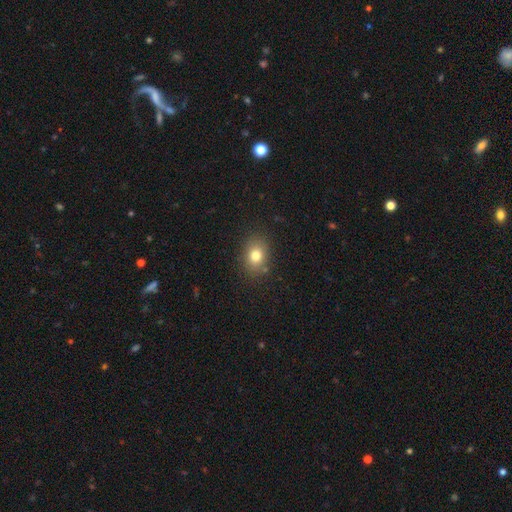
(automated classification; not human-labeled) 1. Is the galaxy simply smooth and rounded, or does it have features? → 79% smooth, 11% star or artifact, 10% featured or disk.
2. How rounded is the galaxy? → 61% in between, 38% round, 1% cigar-shaped.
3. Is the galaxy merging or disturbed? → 84% none, 11% minor disturbance, 3% major disturbance, 2% merger.